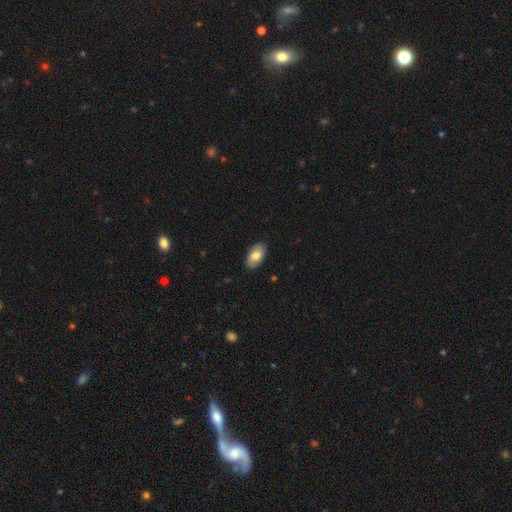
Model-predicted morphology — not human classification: Smooth or featured? Predicted: smooth (p=0.76). How rounded? Predicted: in between (p=0.95). Merging? Predicted: none (p=0.88).